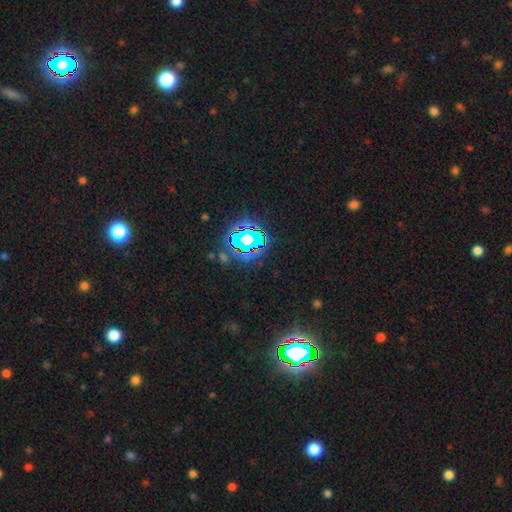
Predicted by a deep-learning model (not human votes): Smooth or featured? star or artifact (84%)